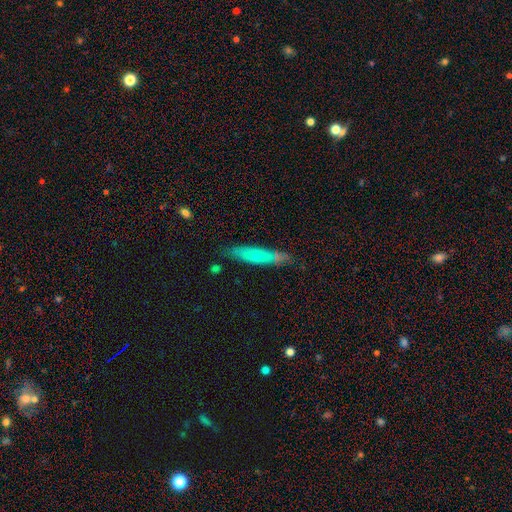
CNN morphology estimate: The model was most divided on "smooth or featured": smooth: 68%, featured or disk: 25%, star or artifact: 7%. More confident: merging — none (77%); how rounded — cigar-shaped (75%).